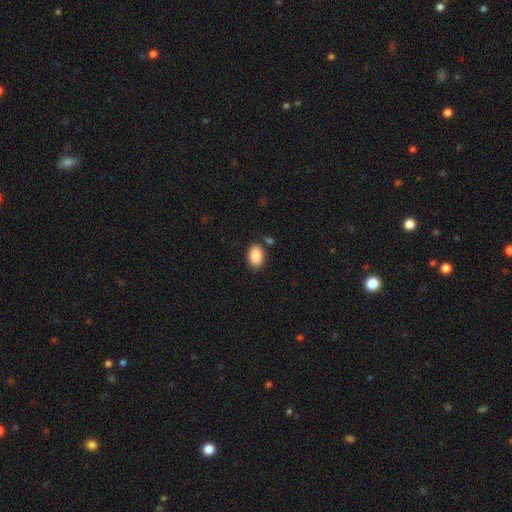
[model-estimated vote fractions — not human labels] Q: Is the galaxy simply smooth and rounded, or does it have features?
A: smooth — 89%.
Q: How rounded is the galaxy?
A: in between — 85%.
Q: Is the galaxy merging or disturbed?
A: none — 81%.